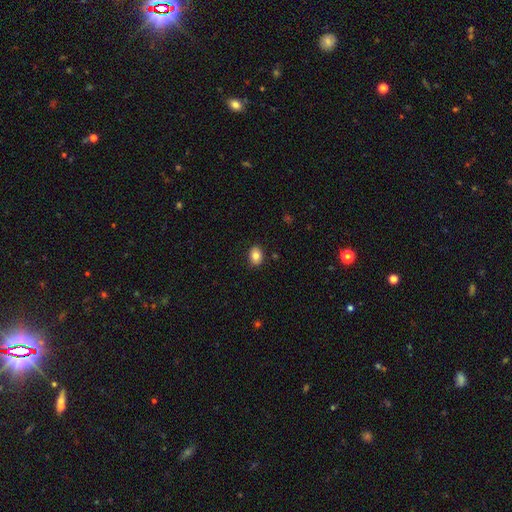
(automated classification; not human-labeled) Smooth or featured? Predicted: smooth (p=0.83). How rounded? Predicted: in between (p=0.67). Merging? Predicted: none (p=0.88).